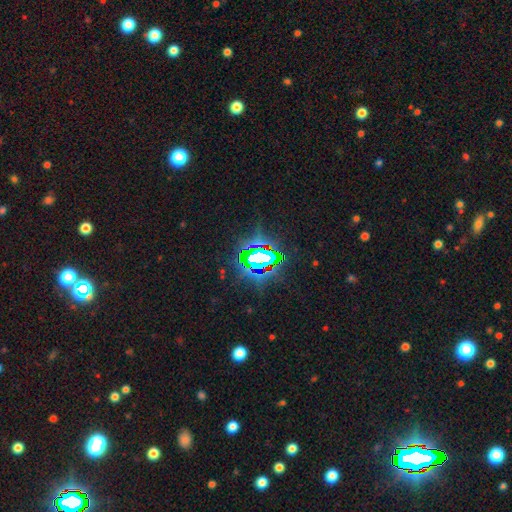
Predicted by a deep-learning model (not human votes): A star or artifact, not a galaxy (76%).

Vote fractions:
- Smooth or featured? star or artifact: 76% / featured or disk: 13% / smooth: 11%